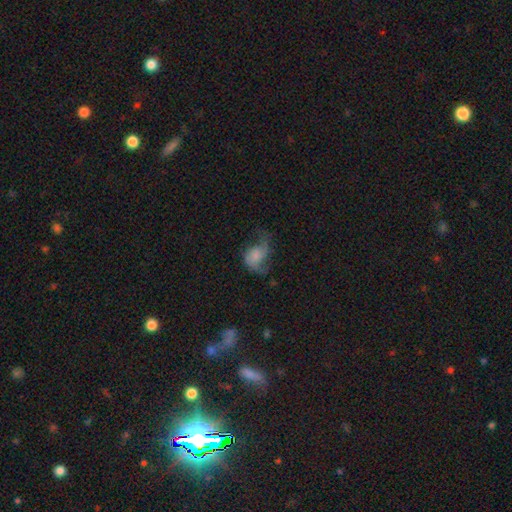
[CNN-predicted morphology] type=featured or disk (46%); merging=major disturbance (39%).